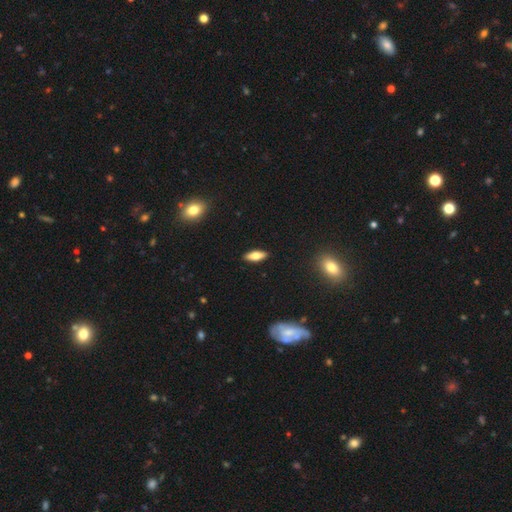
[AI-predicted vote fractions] A smooth galaxy with no disk features (69%) that is in between round and cigar-shaped (67%). Merging: none (90%).